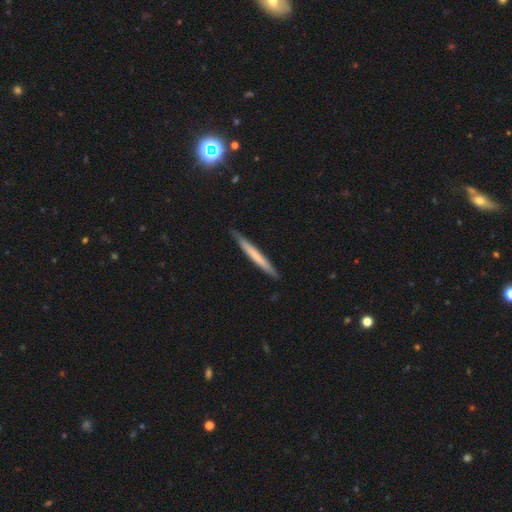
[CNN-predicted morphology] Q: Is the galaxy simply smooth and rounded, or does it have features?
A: smooth — 60%.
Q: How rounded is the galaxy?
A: cigar-shaped — 97%.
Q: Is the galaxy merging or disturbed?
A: none — 88%.